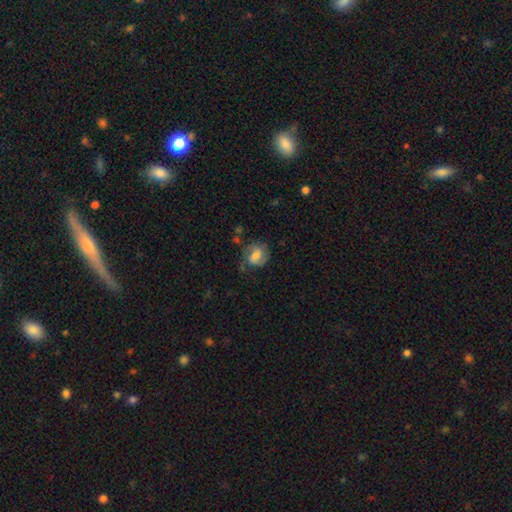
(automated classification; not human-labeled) Smooth or featured? featured or disk (49%)
Merging? none (55%)